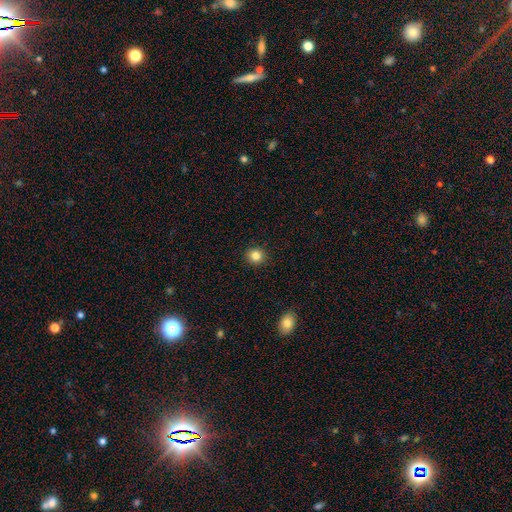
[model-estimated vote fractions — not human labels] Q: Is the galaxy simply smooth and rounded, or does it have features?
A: smooth — 83%.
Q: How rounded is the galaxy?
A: round — 89%.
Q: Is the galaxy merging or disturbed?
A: none — 92%.